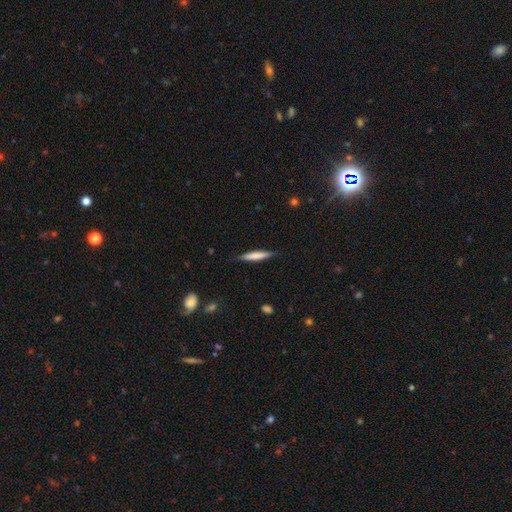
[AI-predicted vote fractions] This is likely a smooth galaxy (68%). How rounded: clearly cigar-shaped (91%). Merging: clearly none (84%).